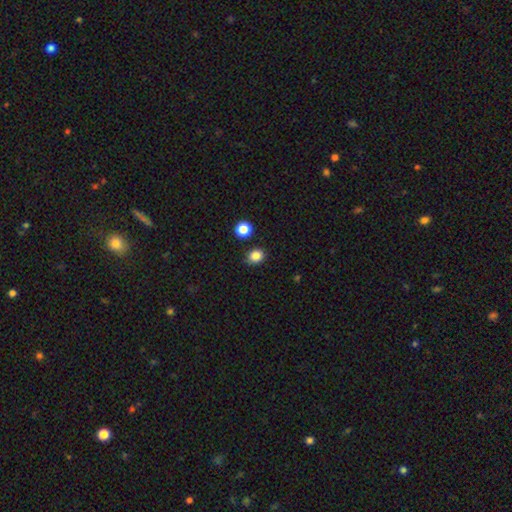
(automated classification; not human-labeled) A smooth galaxy with no disk features (85%) that is round (60%). Merging: none (80%).